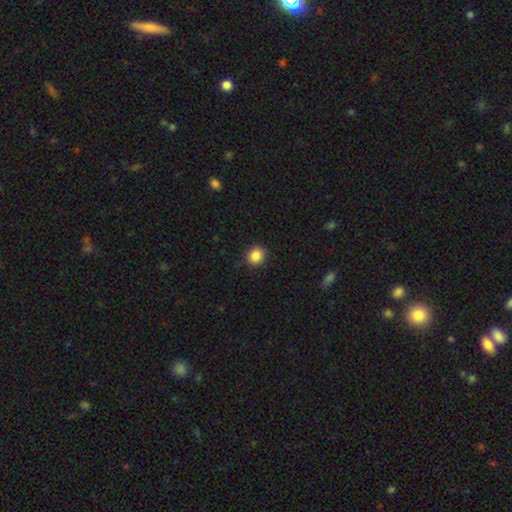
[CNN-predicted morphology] Q: Smooth or featured?
A: smooth (87%); runner-up: star or artifact (10%)
Q: How rounded?
A: round (82%); runner-up: in between (17%)
Q: Merging?
A: none (89%); runner-up: minor disturbance (8%)